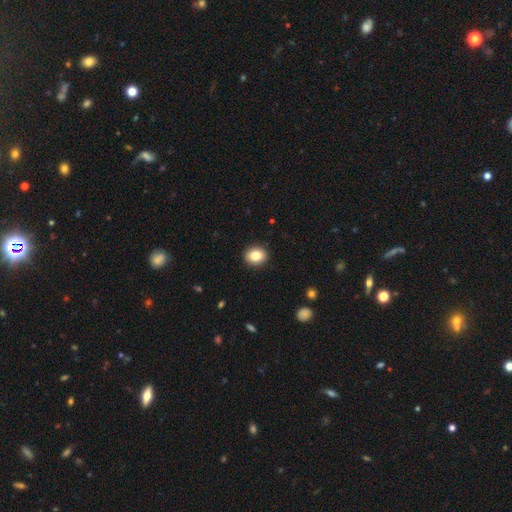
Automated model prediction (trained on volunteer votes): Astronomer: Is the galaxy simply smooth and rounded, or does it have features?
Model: smooth — 84%.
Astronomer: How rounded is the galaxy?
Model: round — 62%.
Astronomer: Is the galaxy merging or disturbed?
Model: none — 91%.